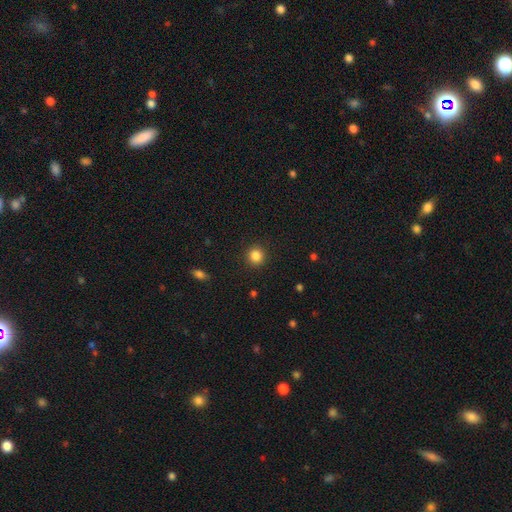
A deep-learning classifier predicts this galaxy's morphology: Overall: smooth (85%). How rounded: round (91%). Merging: none (91%).